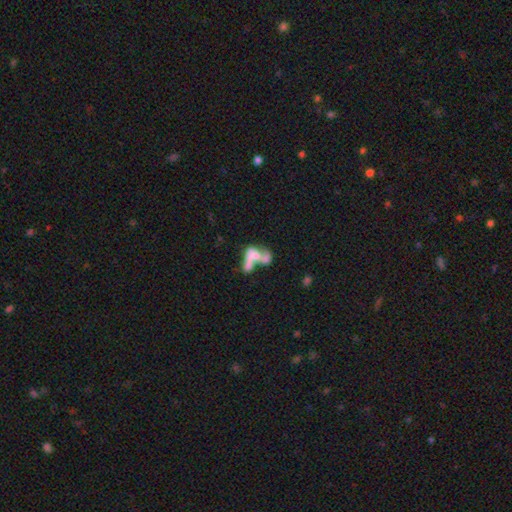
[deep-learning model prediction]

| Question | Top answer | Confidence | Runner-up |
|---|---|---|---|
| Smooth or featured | featured or disk | 43% | smooth (42%) |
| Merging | merger | 60% | none (17%) |